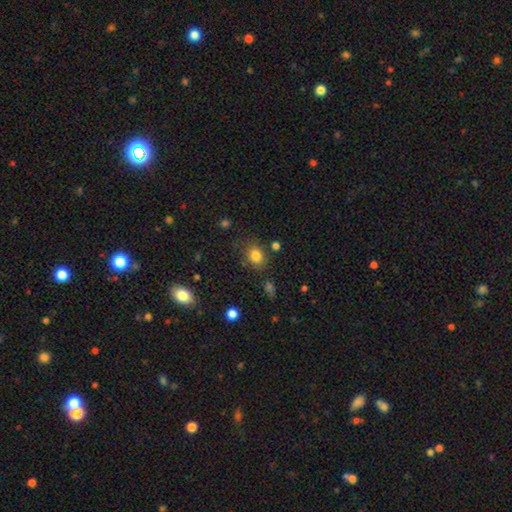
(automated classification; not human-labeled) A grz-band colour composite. It shows a smooth galaxy with no disk features (82%) that is round (54%). Merging: none (76%).